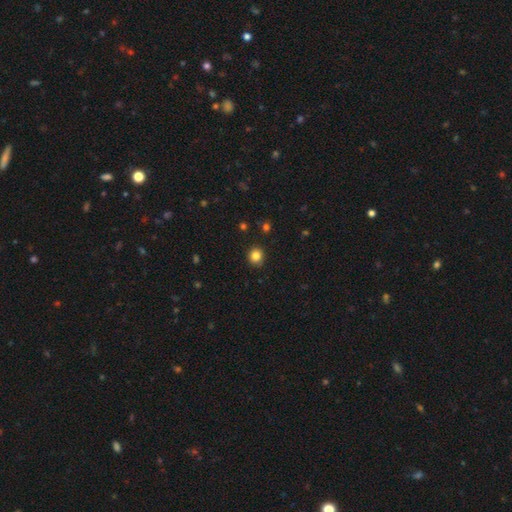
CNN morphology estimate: Overall: smooth (84%). How rounded: round (87%). Merging: none (89%).